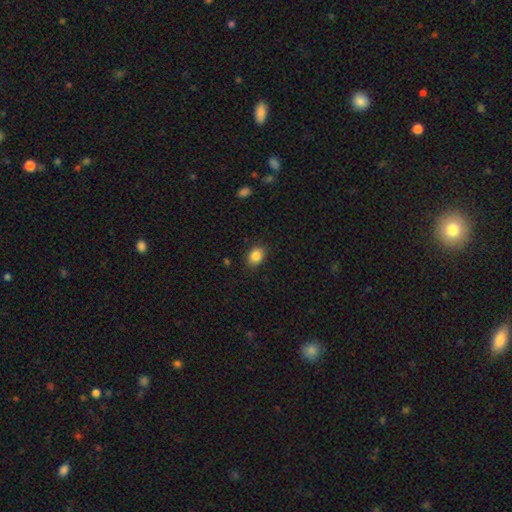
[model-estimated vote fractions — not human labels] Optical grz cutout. It shows a smooth galaxy with no disk features (86%) that is in between round and cigar-shaped (67%). Merging: none (86%).